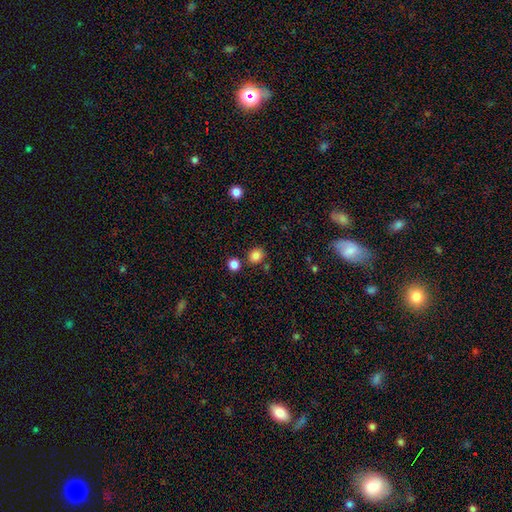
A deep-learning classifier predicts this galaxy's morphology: type=smooth (84%); roundness=round (74%); merging=none (79%).